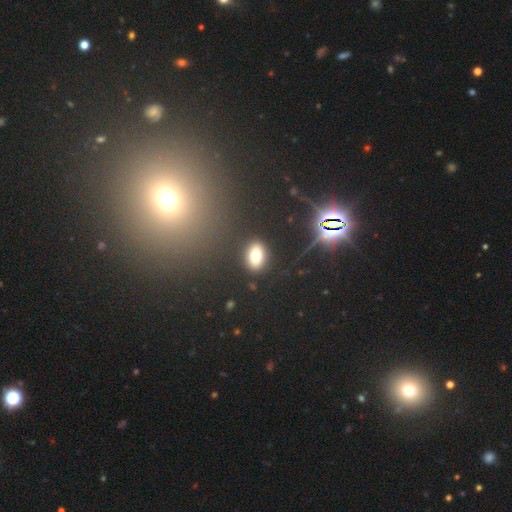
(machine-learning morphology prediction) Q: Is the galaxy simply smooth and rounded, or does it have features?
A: smooth — 74%.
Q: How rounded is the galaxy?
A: in between — 82%.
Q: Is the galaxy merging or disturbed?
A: none — 87%.